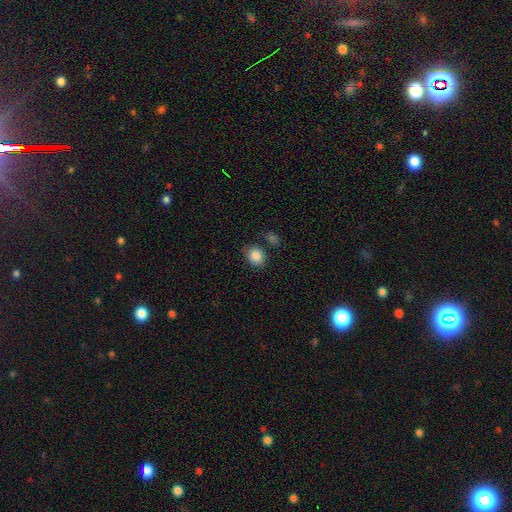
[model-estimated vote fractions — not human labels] Morphology: type=smooth (87%); roundness=round (51%); merging=none (75%).